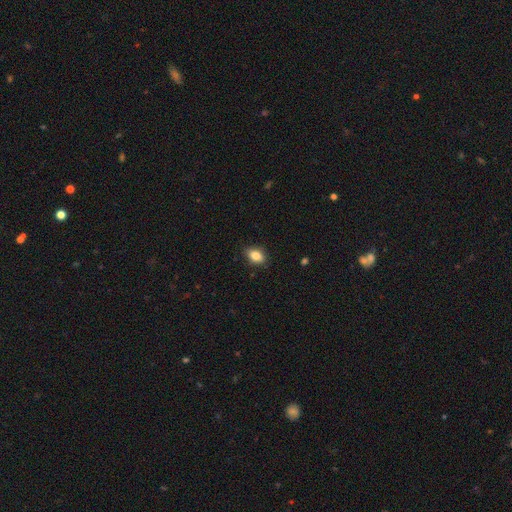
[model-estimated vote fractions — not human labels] Q: Smooth or featured?
A: smooth (84%); runner-up: star or artifact (9%)
Q: How rounded?
A: in between (81%); runner-up: round (17%)
Q: Merging?
A: none (86%); runner-up: minor disturbance (11%)